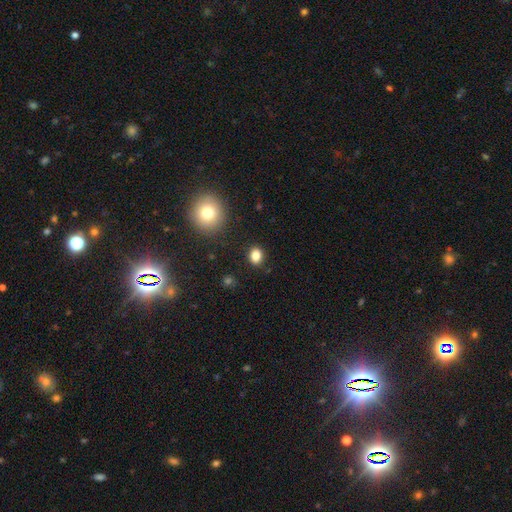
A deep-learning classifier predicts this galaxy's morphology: smooth 83%, star or artifact 12%, featured or disk 5%. Down the decision tree: how rounded — round (50%); merging — none (88%).